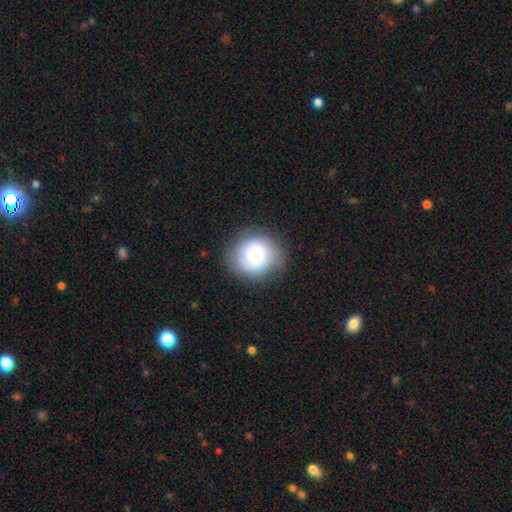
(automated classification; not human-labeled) This appears to be a smooth galaxy with no disk features (65%) that is round (89%). Merging: none (81%).